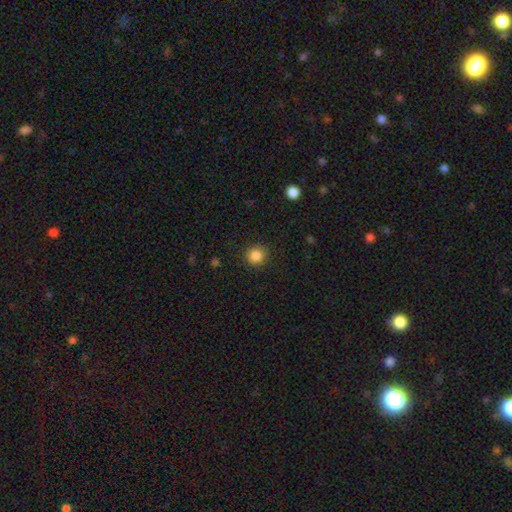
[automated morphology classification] This is clearly a smooth galaxy (86%). How rounded: clearly round (91%). Merging: clearly none (90%).